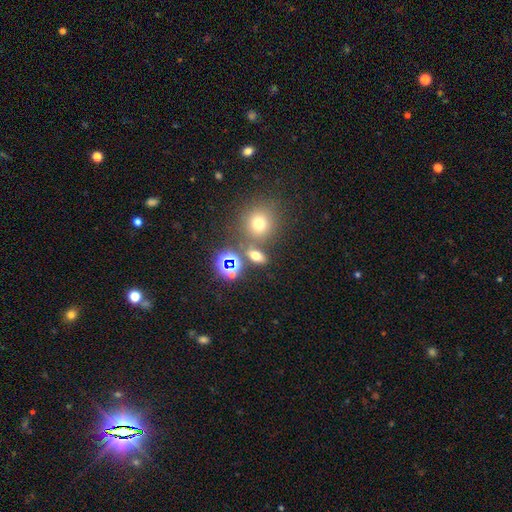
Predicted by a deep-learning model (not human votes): Smooth or featured? Predicted: smooth (p=0.57). How rounded? Predicted: in between (p=0.56). Merging? Predicted: none (p=0.73).